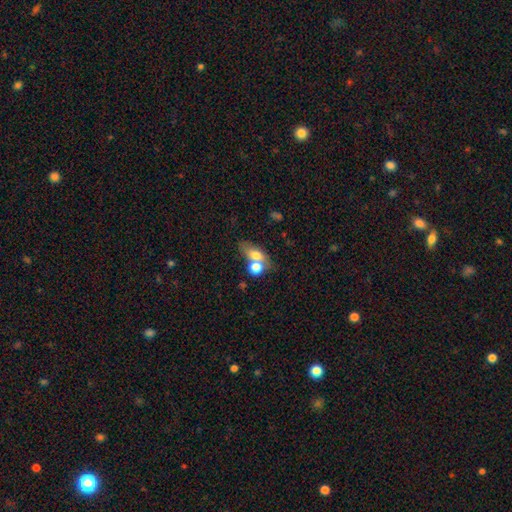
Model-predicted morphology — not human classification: Smooth or featured? smooth (69%)
How rounded? in between (68%)
Merging? merger (53%)